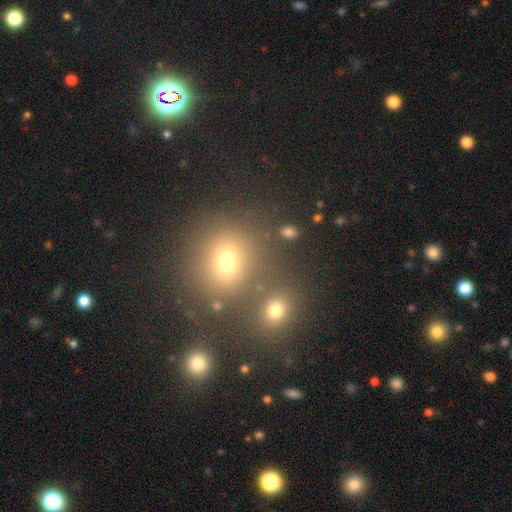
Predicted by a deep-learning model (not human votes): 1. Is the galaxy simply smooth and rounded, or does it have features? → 56% smooth, 32% star or artifact, 12% featured or disk.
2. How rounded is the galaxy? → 75% round, 24% in between, 2% cigar-shaped.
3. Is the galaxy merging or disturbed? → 66% none, 21% merger, 9% minor disturbance, 4% major disturbance.